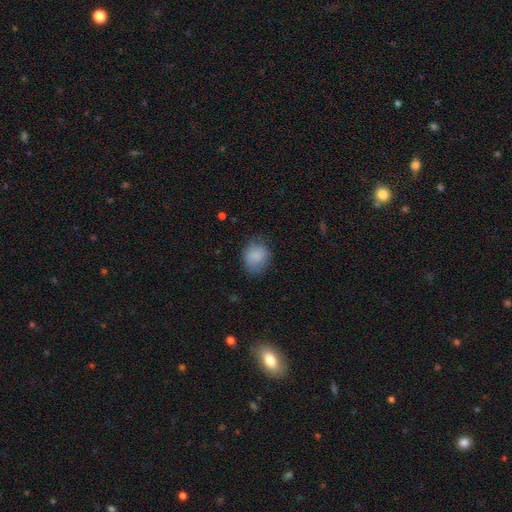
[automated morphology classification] Smooth or featured: smooth — 86% (star or artifact — 8%)
How rounded: round — 65% (in between — 34%)
Merging: none — 73% (minor disturbance — 20%)